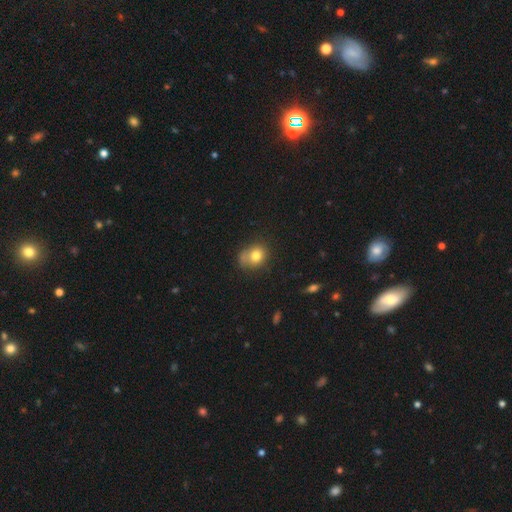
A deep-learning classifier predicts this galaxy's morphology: smooth_or_featured: smooth (p=0.77) [alt: featured or disk p=0.13]
how_rounded: round (p=0.56) [alt: in between p=0.43]
merging: none (p=0.50) [alt: minor disturbance p=0.29]